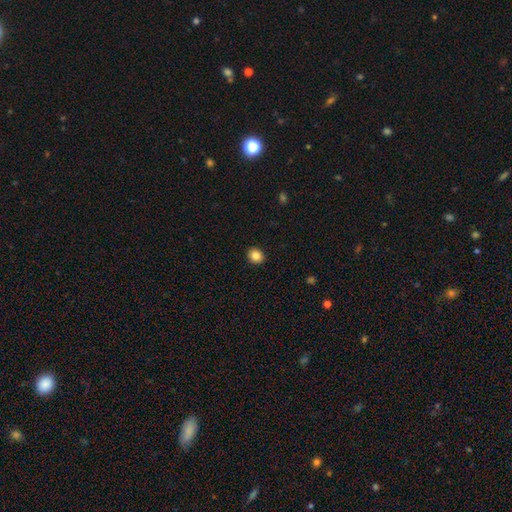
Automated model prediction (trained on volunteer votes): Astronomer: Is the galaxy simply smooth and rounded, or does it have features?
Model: smooth — 85%.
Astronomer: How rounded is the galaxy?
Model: round — 76%.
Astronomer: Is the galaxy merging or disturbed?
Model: none — 92%.